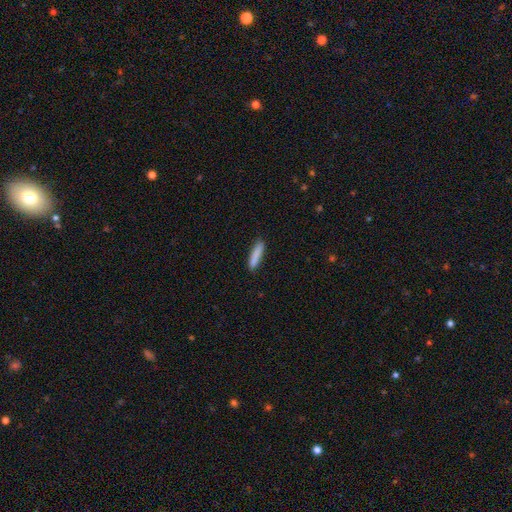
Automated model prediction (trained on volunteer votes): Q: Smooth or featured?
A: smooth (87%); runner-up: featured or disk (7%)
Q: How rounded?
A: cigar-shaped (86%); runner-up: in between (13%)
Q: Merging?
A: none (88%); runner-up: minor disturbance (9%)